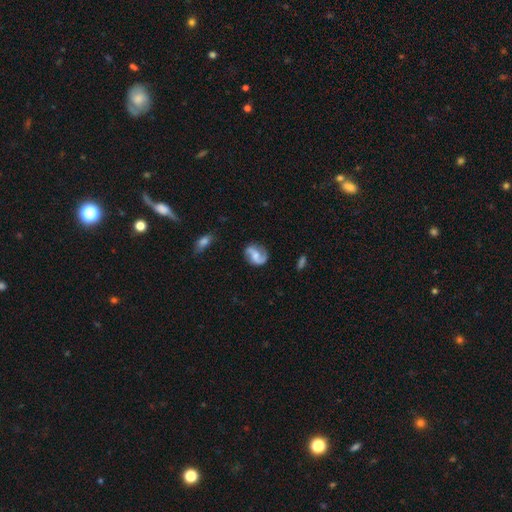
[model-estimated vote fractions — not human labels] Smooth or featured? Predicted: featured or disk (p=0.78). Edge-on disk? Predicted: no (p=0.98). Bar? Predicted: no (p=0.42, tied with weak). Spiral arms? Predicted: yes (p=0.95). Spiral winding? Predicted: loose (p=0.54). Spiral arm count? Predicted: 2 (p=0.90). Bulge size? Predicted: moderate (p=0.38). Merging? Predicted: none (p=0.75).